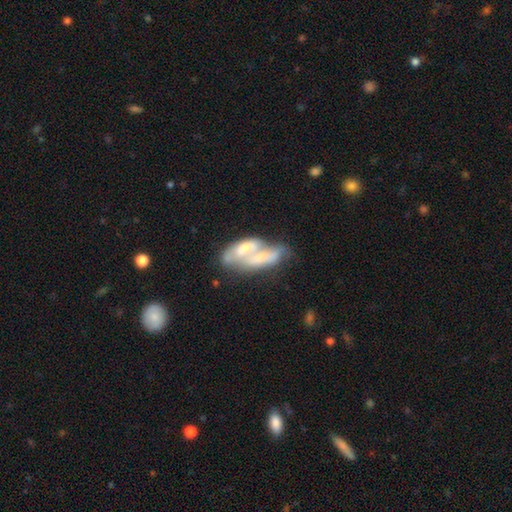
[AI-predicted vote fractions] Smooth or featured: featured or disk — 56% (smooth — 36%)
Edge-on disk: no — 84% (yes — 16%)
Merging: merger — 62% (none — 17%)